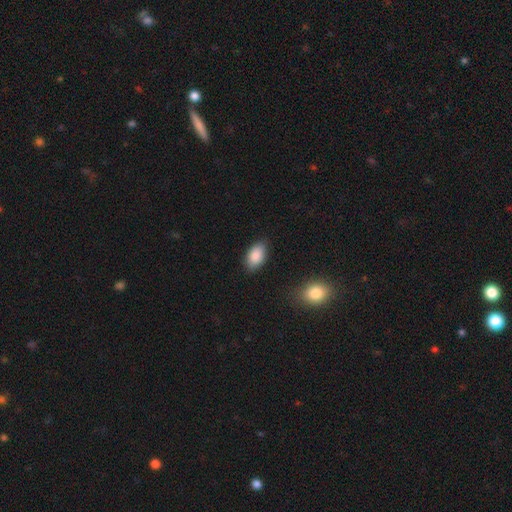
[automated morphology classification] smooth_or_featured: smooth (p=0.87) [alt: star or artifact p=0.07]
how_rounded: in between (p=0.93) [alt: round p=0.05]
merging: none (p=0.81) [alt: minor disturbance p=0.15]